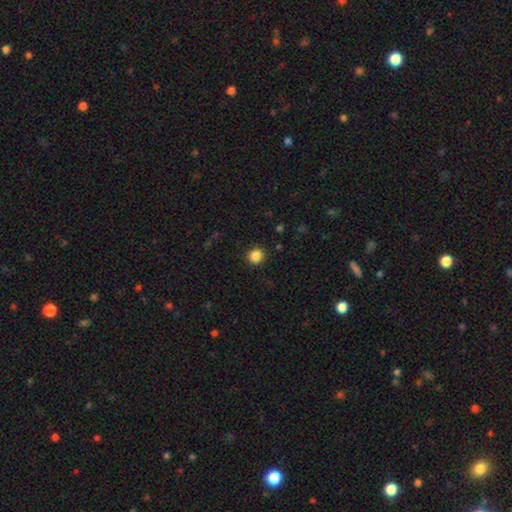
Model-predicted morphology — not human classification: The model was most divided on "smooth or featured": smooth: 86%, star or artifact: 11%, featured or disk: 3%. More confident: merging — none (91%); how rounded — round (88%).